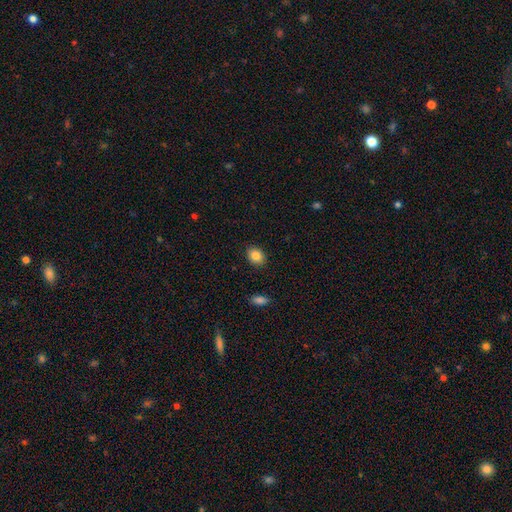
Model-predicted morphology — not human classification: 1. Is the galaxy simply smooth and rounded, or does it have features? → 85% smooth, 8% star or artifact, 7% featured or disk.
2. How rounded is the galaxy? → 64% in between, 35% round, 1% cigar-shaped.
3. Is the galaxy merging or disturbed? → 89% none, 8% minor disturbance, 2% major disturbance, 1% merger.